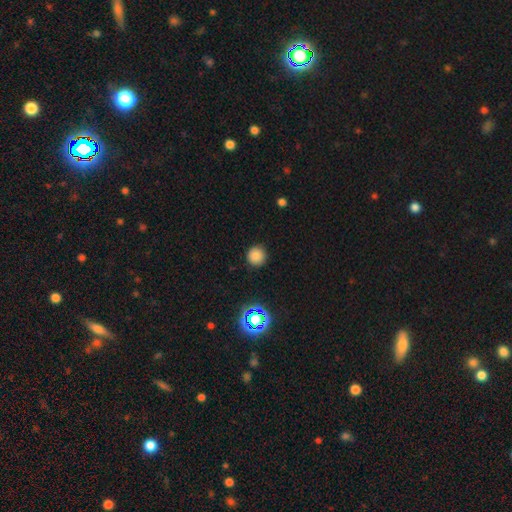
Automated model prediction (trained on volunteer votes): A smooth galaxy with no disk features (81%) that is round (95%). Merging: none (91%).